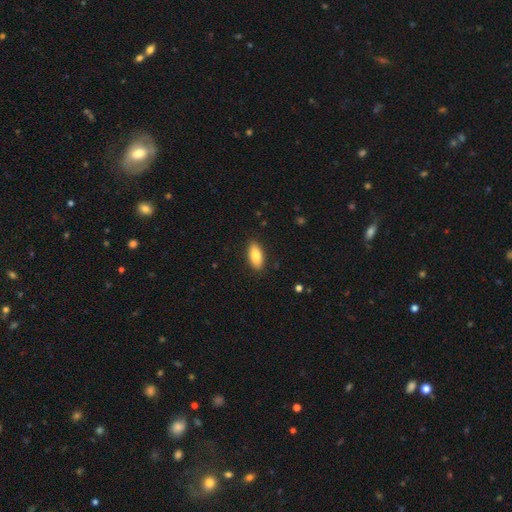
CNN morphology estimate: Smooth or featured? Predicted: smooth (p=0.85). How rounded? Predicted: in between (p=0.87). Merging? Predicted: none (p=0.88).